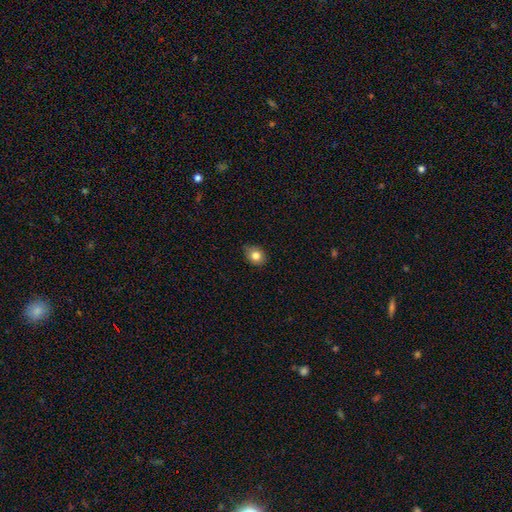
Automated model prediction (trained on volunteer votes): smooth 81%, star or artifact 10%, featured or disk 9%. Down the decision tree: how rounded — round (53%); merging — none (78%).